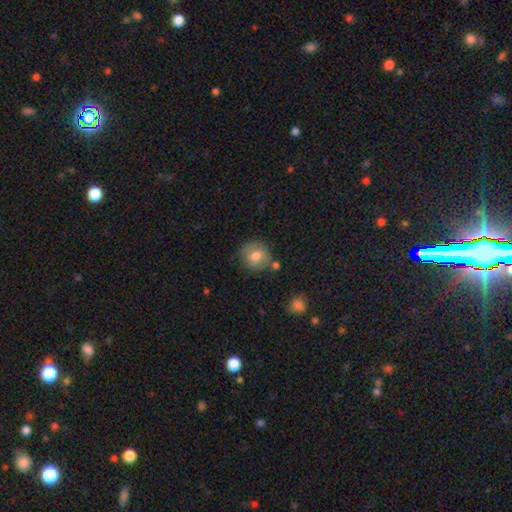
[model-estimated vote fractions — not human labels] A smooth galaxy with no disk features (72%) that is round (86%).

Vote fractions:
- Smooth or featured? smooth: 72% / featured or disk: 20% / star or artifact: 8%
- How rounded? round: 86% / in between: 13% / cigar-shaped: 1%
- Merging? none: 70% / minor disturbance: 18% / merger: 8% / major disturbance: 5%